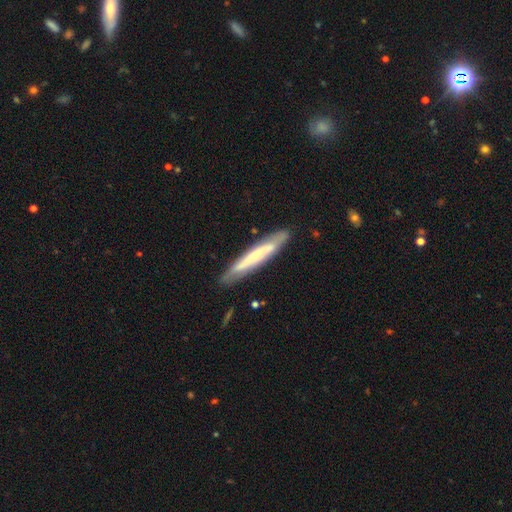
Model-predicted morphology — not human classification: The model was most divided on "smooth or featured": featured or disk: 57%, smooth: 37%, star or artifact: 5%. More confident: merging — none (84%); edge-on disk — yes (73%).